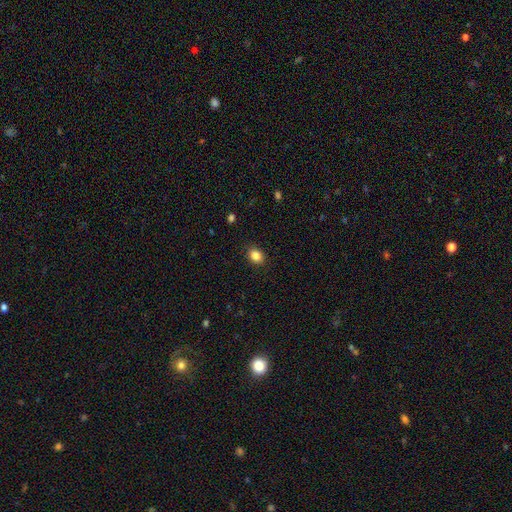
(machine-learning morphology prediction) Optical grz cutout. It shows a smooth galaxy with no disk features (85%) that is in between round and cigar-shaped (53%). Merging: none (89%).